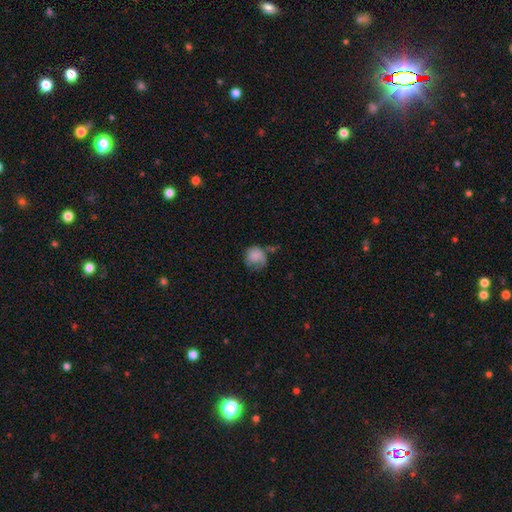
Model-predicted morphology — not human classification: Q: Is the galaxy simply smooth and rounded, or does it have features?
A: smooth — 73%.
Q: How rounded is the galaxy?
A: round — 75%.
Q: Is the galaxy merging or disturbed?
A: none — 36%.